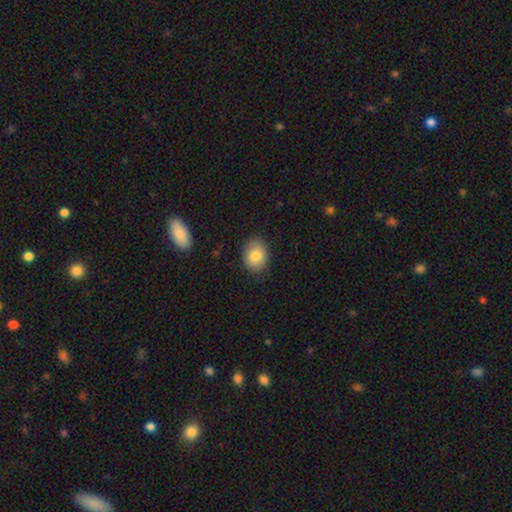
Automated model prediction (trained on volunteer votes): A smooth galaxy with no disk features (83%) that is in between round and cigar-shaped (59%). Merging: none (83%).